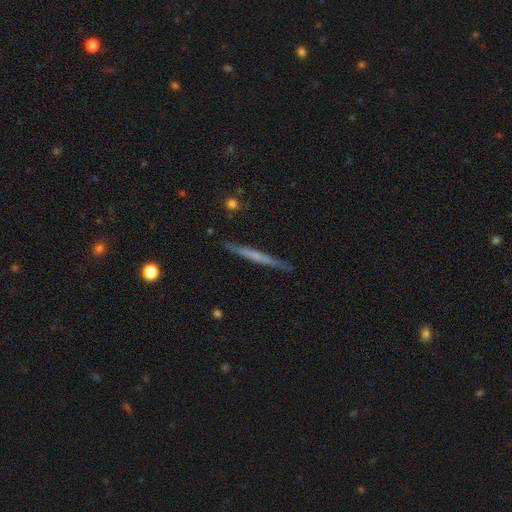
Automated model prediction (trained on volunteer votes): Morphology: type=featured or disk (55%); edge-on=yes (97%); edge-on bulge=none (74%); merging=none (89%).